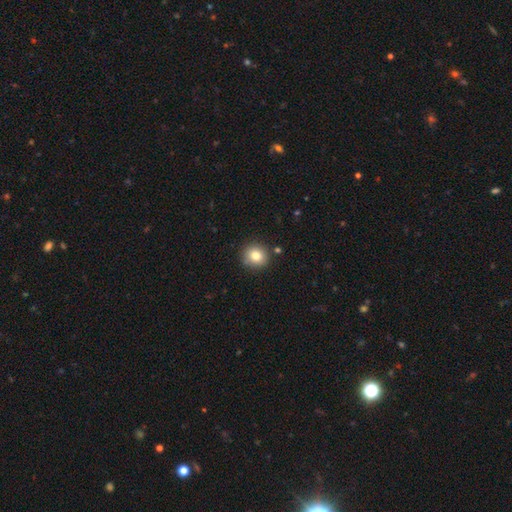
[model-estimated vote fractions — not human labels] A smooth galaxy with no disk features (82%) that is round (87%). Merging: none (86%).